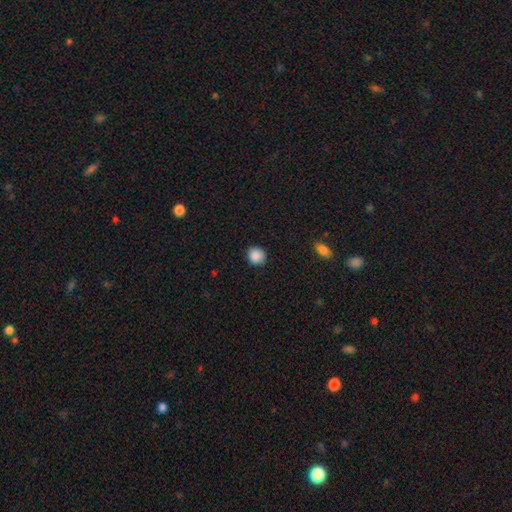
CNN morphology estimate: Overall: smooth (88%). How rounded: round (86%). Merging: none (86%).